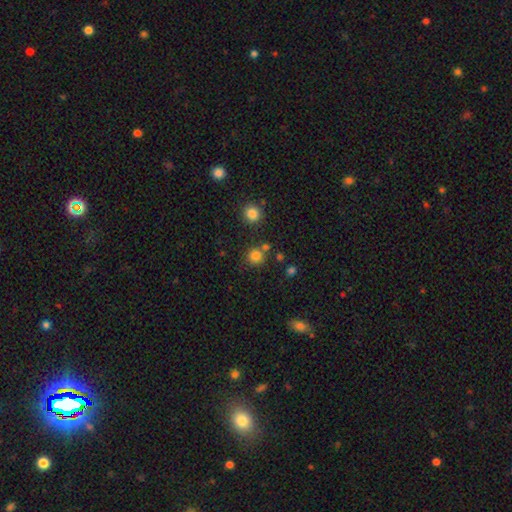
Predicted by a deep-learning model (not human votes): The model was most divided on "merging": none: 74%, merger: 13%, minor disturbance: 10%, major disturbance: 4%. More confident: how rounded — round (91%); smooth or featured — smooth (80%).